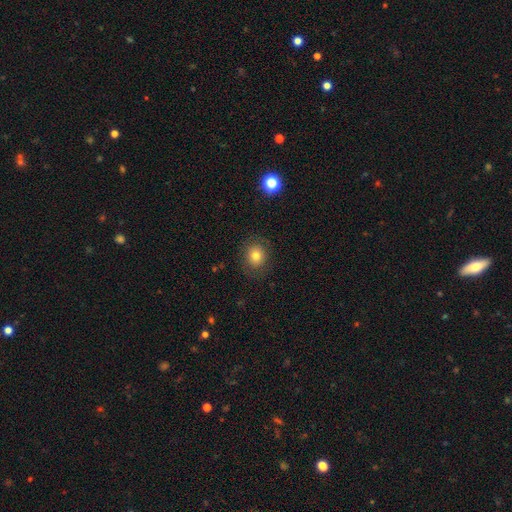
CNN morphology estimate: type=smooth (77%); roundness=round (77%); merging=none (84%).